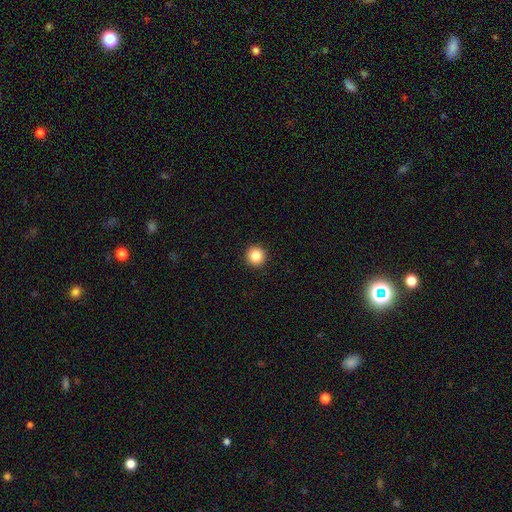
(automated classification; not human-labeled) smooth-or-featured: smooth: 87% | star or artifact: 10% | featured or disk: 4%
  how-rounded: round: 96% | in between: 3% | cigar-shaped: 1%
  merging: none: 94% | minor disturbance: 4% | major disturbance: 1% | merger: 1%